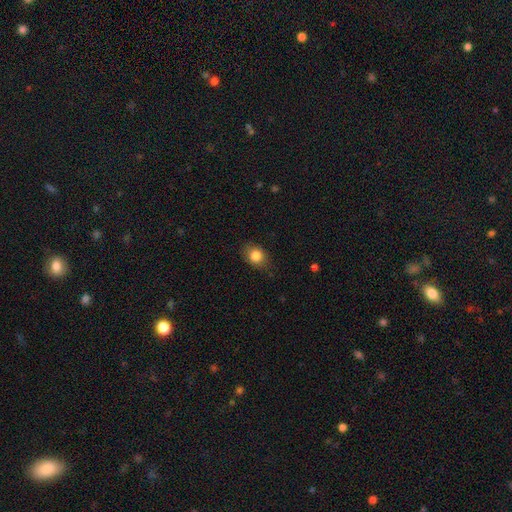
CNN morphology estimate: Smooth or featured? smooth (83%)
How rounded? in between (57%)
Merging? none (78%)